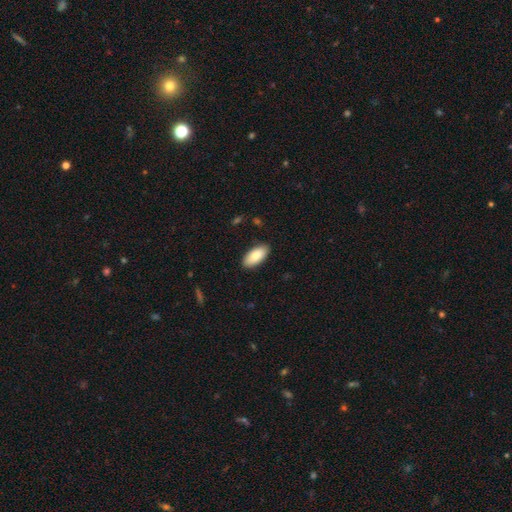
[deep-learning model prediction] Overall: smooth (85%). How rounded: in between (92%). Merging: none (89%).